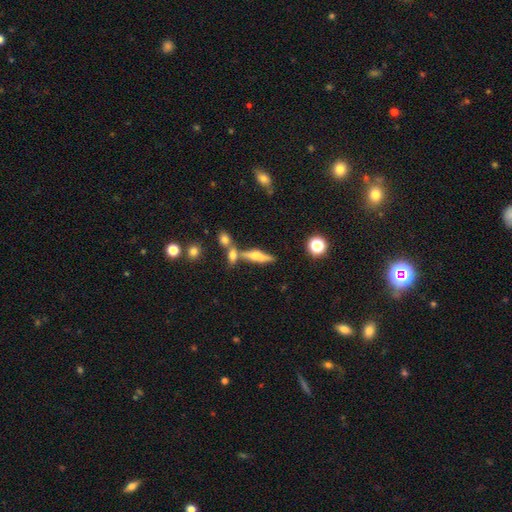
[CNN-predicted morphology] The model was most divided on "smooth or featured": featured or disk: 52%, smooth: 36%, star or artifact: 12%. More confident: edge-on disk — yes (89%); merging — none (60%).